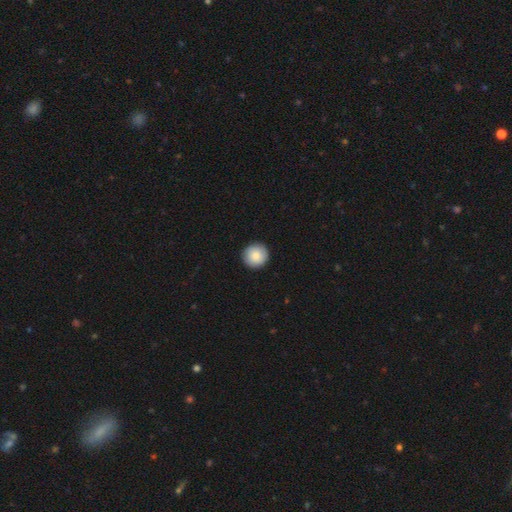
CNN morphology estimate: Smooth or featured?
  - smooth: 85% *
  - featured or disk: 8%
  - star or artifact: 7%
How rounded?
  - round: 95% *
  - in between: 4%
  - cigar-shaped: 1%
Merging?
  - none: 92% *
  - minor disturbance: 6%
  - major disturbance: 1%
  - merger: 1%